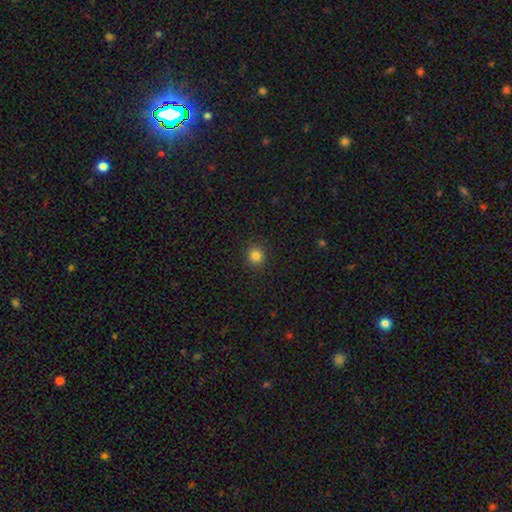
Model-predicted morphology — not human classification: smooth-or-featured: smooth: 82% | star or artifact: 13% | featured or disk: 5%
  how-rounded: round: 90% | in between: 9% | cigar-shaped: 1%
  merging: none: 91% | minor disturbance: 6% | major disturbance: 2% | merger: 1%